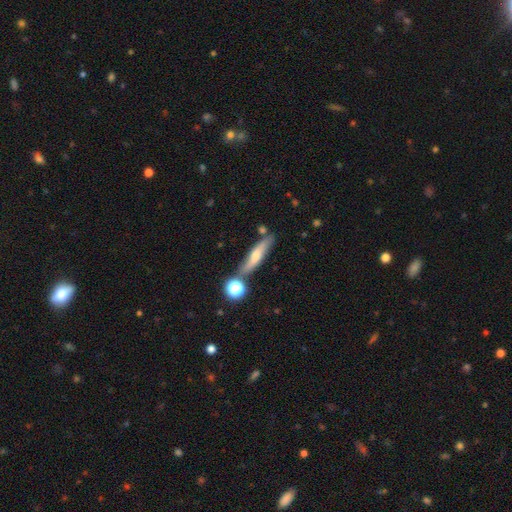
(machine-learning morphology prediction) Overall: smooth (48%; featured or disk 43%). Merging: none (72%).